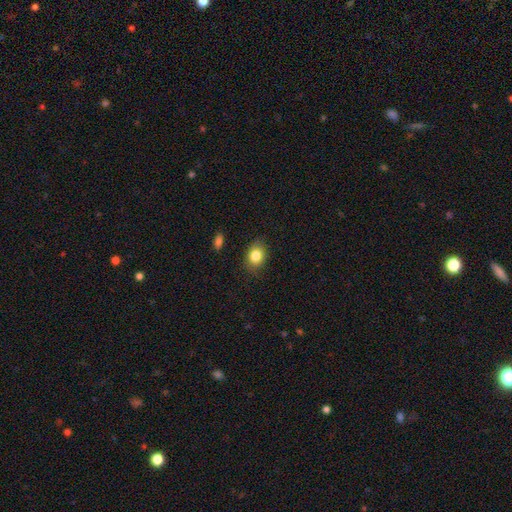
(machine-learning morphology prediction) type=smooth (83%); roundness=in between (54%); merging=none (83%).